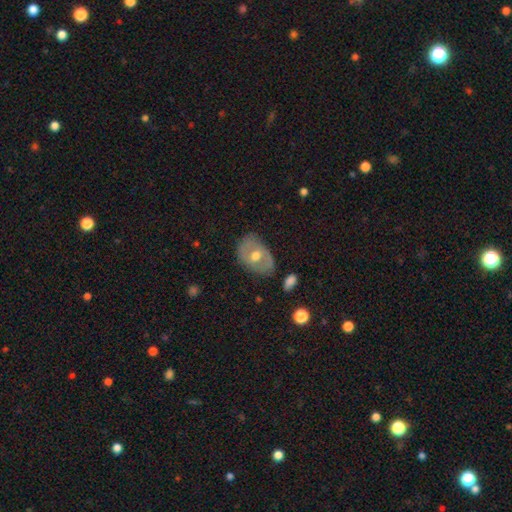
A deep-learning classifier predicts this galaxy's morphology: Smooth or featured?
  - featured or disk: 53% *
  - smooth: 40%
  - star or artifact: 7%
Edge-on disk?
  - no: 92% *
  - yes: 8%
Merging?
  - none: 74% *
  - minor disturbance: 19%
  - major disturbance: 5%
  - merger: 2%